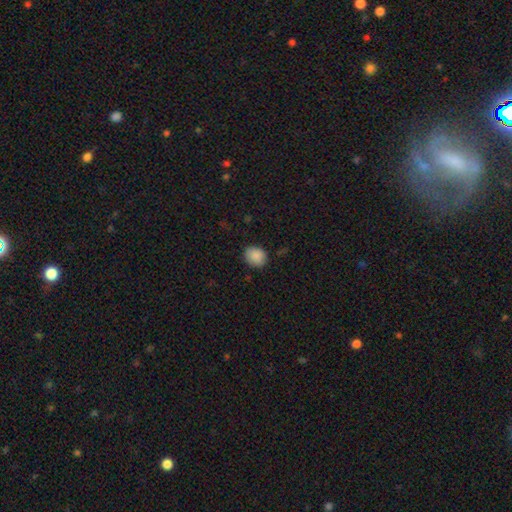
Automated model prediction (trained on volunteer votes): smooth 89%, star or artifact 8%, featured or disk 3%. Down the decision tree: how rounded — round (64%); merging — none (84%).